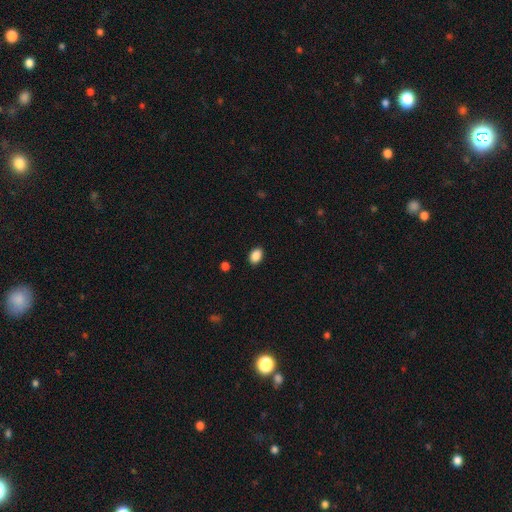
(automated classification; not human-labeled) Q: Smooth or featured?
A: smooth (89%); runner-up: star or artifact (8%)
Q: How rounded?
A: in between (82%); runner-up: round (16%)
Q: Merging?
A: none (89%); runner-up: minor disturbance (8%)